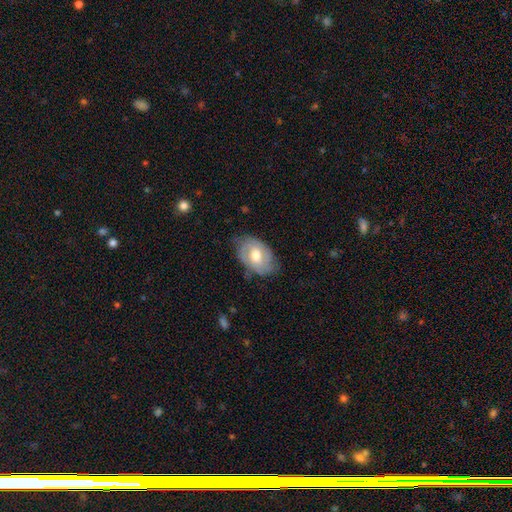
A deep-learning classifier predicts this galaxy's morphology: Smooth or featured? Predicted: featured or disk (p=0.56). Edge-on disk? Predicted: no (p=0.94). Bar? Predicted: no (p=0.60). Spiral arms? Predicted: yes (p=0.69). Bulge size? Predicted: moderate (p=0.72). Merging? Predicted: none (p=0.64).